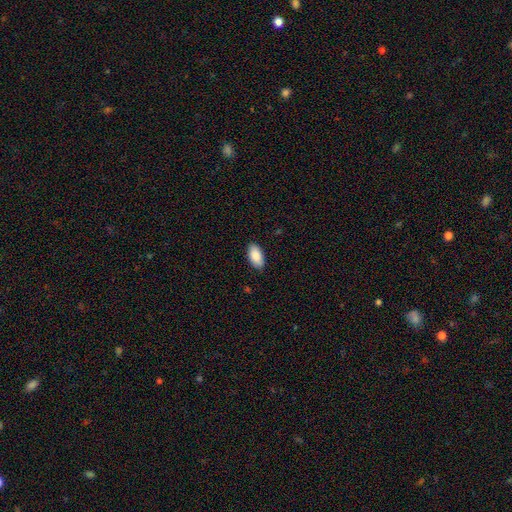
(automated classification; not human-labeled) Smooth or featured?
  - smooth: 88% *
  - star or artifact: 6%
  - featured or disk: 6%
How rounded?
  - in between: 94% *
  - cigar-shaped: 4%
  - round: 2%
Merging?
  - none: 86% *
  - minor disturbance: 11%
  - major disturbance: 2%
  - merger: 1%